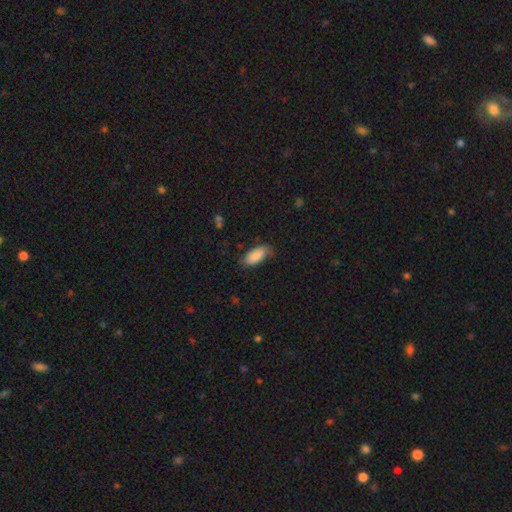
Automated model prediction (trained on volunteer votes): Smooth or featured? smooth (83%)
How rounded? in between (91%)
Merging? none (64%)